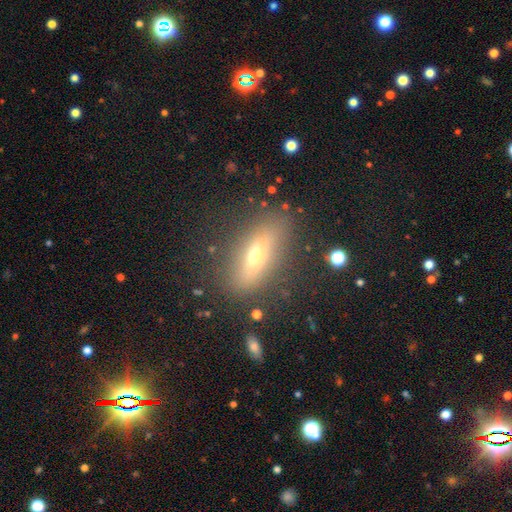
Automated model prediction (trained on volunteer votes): Smooth or featured? Predicted: smooth (p=0.48). Merging? Predicted: none (p=0.81).